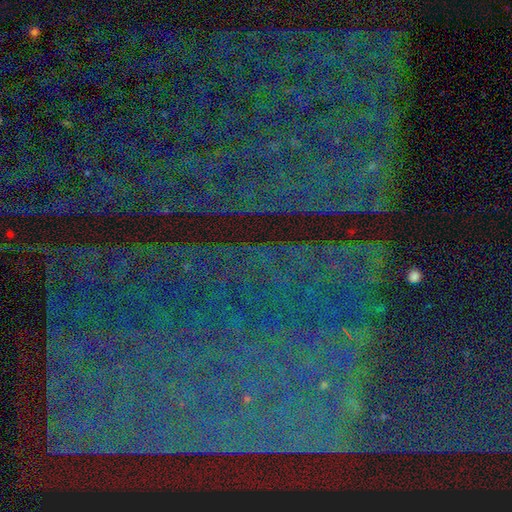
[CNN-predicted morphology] This is clearly a star or artifact rather than a galaxy (84%).